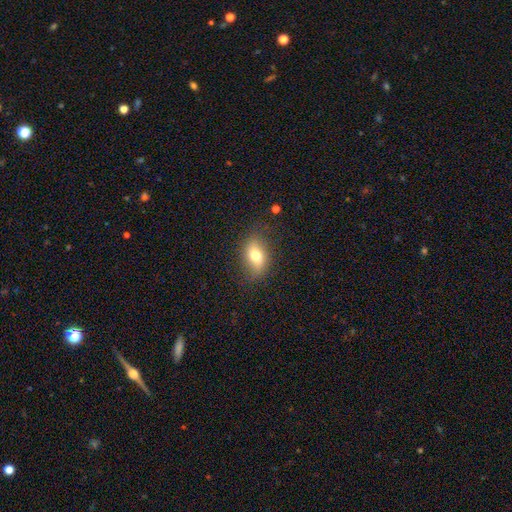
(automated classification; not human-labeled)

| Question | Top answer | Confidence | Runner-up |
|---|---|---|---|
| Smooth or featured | smooth | 70% | featured or disk (21%) |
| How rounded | in between | 83% | round (14%) |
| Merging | none | 78% | minor disturbance (16%) |